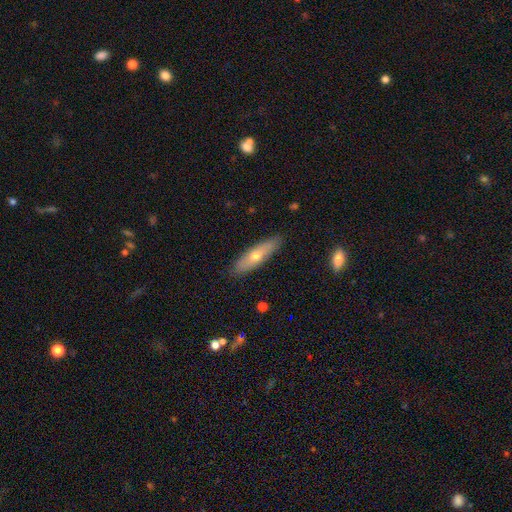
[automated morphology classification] Q: Smooth or featured?
A: smooth (56%); runner-up: featured or disk (38%)
Q: How rounded?
A: cigar-shaped (67%); runner-up: in between (31%)
Q: Merging?
A: none (88%); runner-up: minor disturbance (9%)